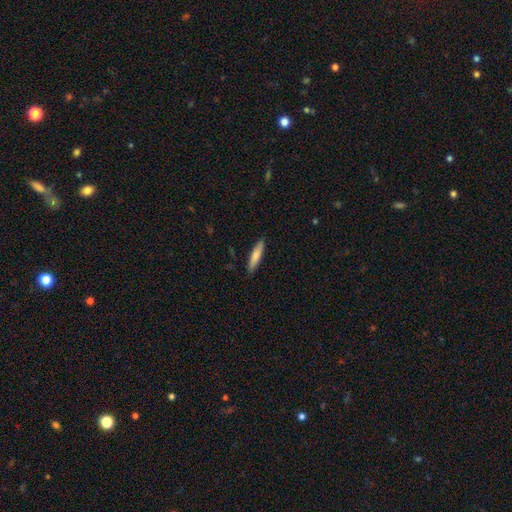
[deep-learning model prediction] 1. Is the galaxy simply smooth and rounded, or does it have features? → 74% smooth, 20% featured or disk, 6% star or artifact.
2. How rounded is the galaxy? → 82% cigar-shaped, 16% in between, 1% round.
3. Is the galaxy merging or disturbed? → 89% none, 8% minor disturbance, 2% major disturbance, 1% merger.